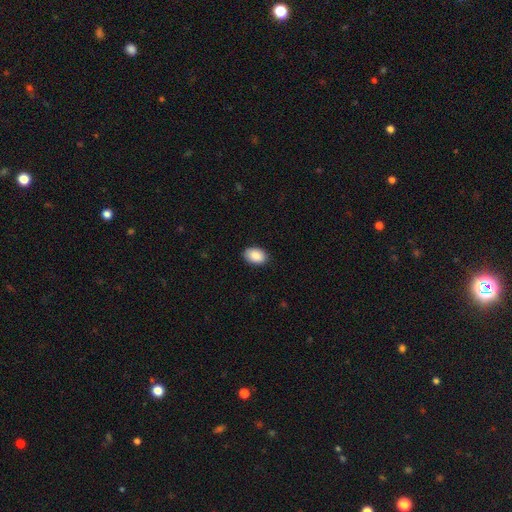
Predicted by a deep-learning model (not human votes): smooth-or-featured: smooth: 89% | star or artifact: 7% | featured or disk: 5%
  how-rounded: in between: 86% | round: 13% | cigar-shaped: 1%
  merging: none: 88% | minor disturbance: 9% | major disturbance: 2% | merger: 1%